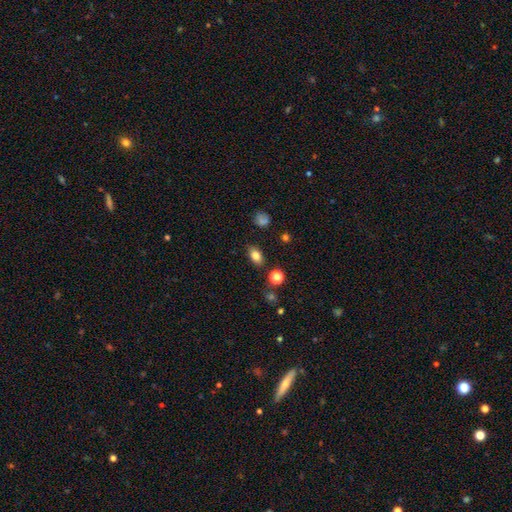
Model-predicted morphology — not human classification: Overall: smooth (81%). How rounded: in between (84%). Merging: none (84%).